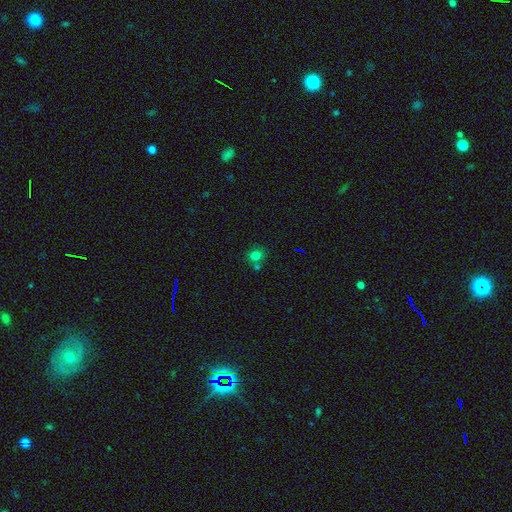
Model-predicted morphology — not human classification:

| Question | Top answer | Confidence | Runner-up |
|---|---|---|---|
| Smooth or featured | smooth | 76% | star or artifact (16%) |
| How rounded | round | 82% | in between (17%) |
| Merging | none | 63% | merger (23%) |